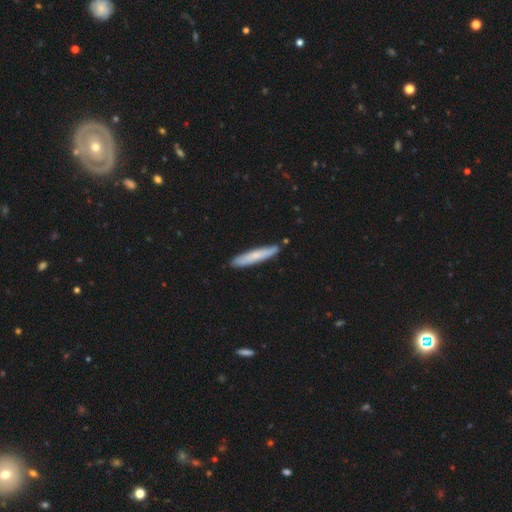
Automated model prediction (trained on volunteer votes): Q: Smooth or featured?
A: smooth (67%); runner-up: featured or disk (28%)
Q: How rounded?
A: cigar-shaped (91%); runner-up: in between (8%)
Q: Merging?
A: none (86%); runner-up: minor disturbance (11%)